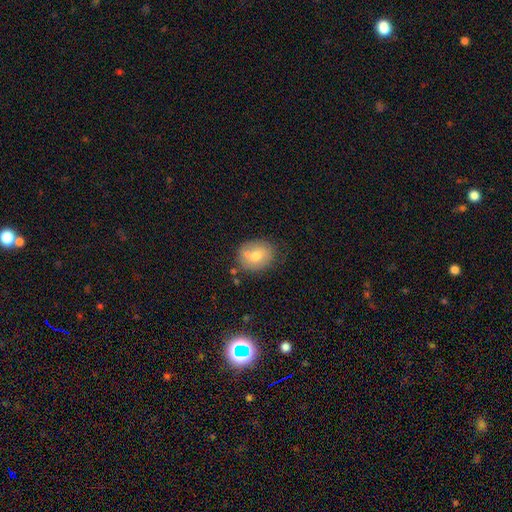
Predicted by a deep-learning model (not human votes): smooth 68%, featured or disk 23%, star or artifact 9%. Down the decision tree: how rounded — round (57%); merging — none (60%).